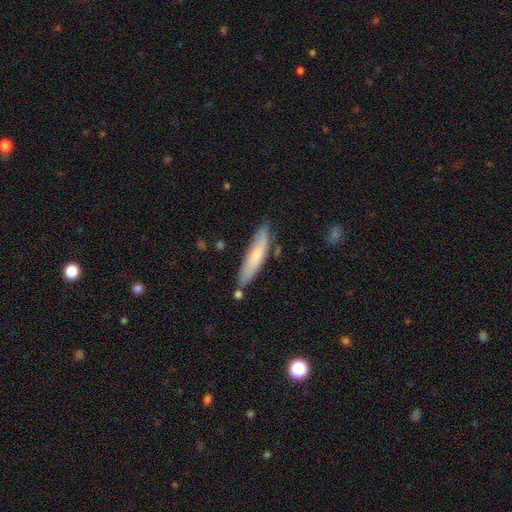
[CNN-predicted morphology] This appears to be a smooth galaxy with no disk features (68%) that is cigar-shaped (84%). Merging: none (77%).